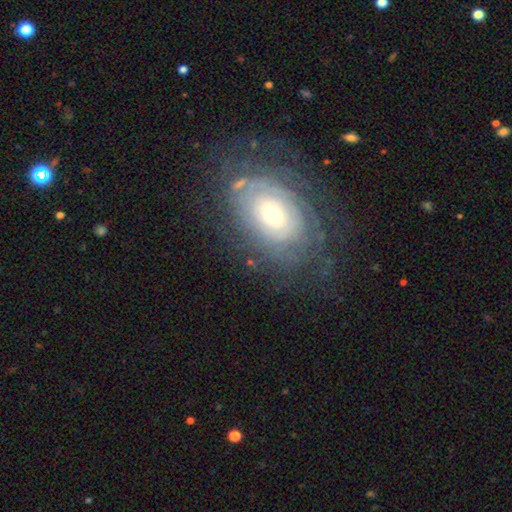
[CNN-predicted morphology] Smooth or featured?
  - featured or disk: 67% *
  - smooth: 23%
  - star or artifact: 10%
Edge-on disk?
  - no: 94% *
  - yes: 6%
Bar?
  - no: 79% *
  - weak: 16%
  - strong: 5%
Spiral arms?
  - yes: 75% *
  - no: 25%
Bulge size?
  - moderate: 53% *
  - small: 28%
  - large: 15%
  - dominant: 2%
  - none: 2%
Merging?
  - none: 73% *
  - minor disturbance: 16%
  - major disturbance: 9%
  - merger: 1%